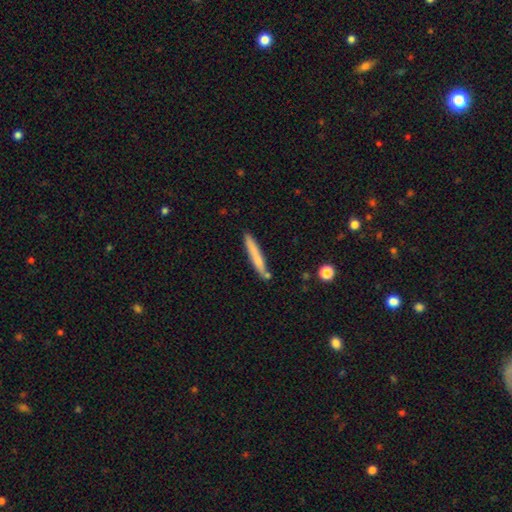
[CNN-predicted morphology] smooth-or-featured: smooth: 68% | featured or disk: 26% | star or artifact: 6%
  how-rounded: cigar-shaped: 95% | in between: 4% | round: 1%
  merging: none: 80% | minor disturbance: 13% | merger: 5% | major disturbance: 2%